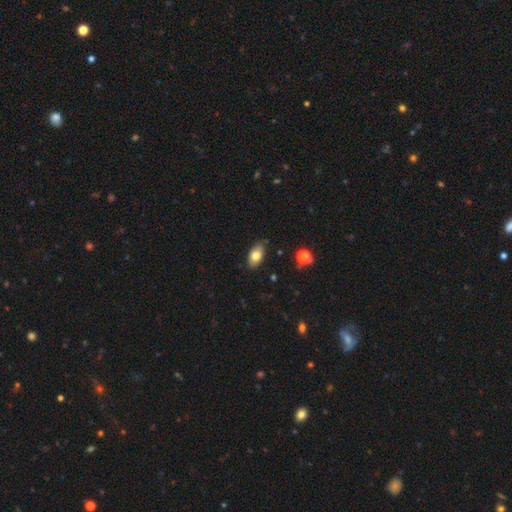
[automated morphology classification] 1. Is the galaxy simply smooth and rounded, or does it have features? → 77% smooth, 15% featured or disk, 8% star or artifact.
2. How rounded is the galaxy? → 92% in between, 6% round, 2% cigar-shaped.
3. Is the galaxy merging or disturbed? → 83% none, 14% minor disturbance, 2% major disturbance, 1% merger.